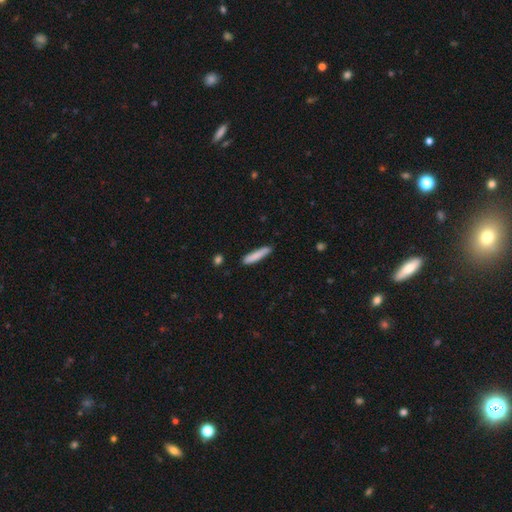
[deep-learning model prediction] Q: Smooth or featured?
A: smooth (83%); runner-up: featured or disk (11%)
Q: How rounded?
A: cigar-shaped (88%); runner-up: in between (11%)
Q: Merging?
A: none (81%); runner-up: minor disturbance (15%)